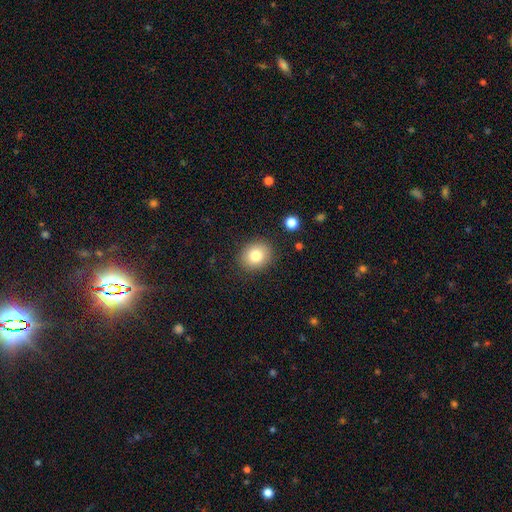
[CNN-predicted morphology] Q: Smooth or featured?
A: smooth (81%); runner-up: star or artifact (10%)
Q: How rounded?
A: round (65%); runner-up: in between (34%)
Q: Merging?
A: none (87%); runner-up: minor disturbance (9%)